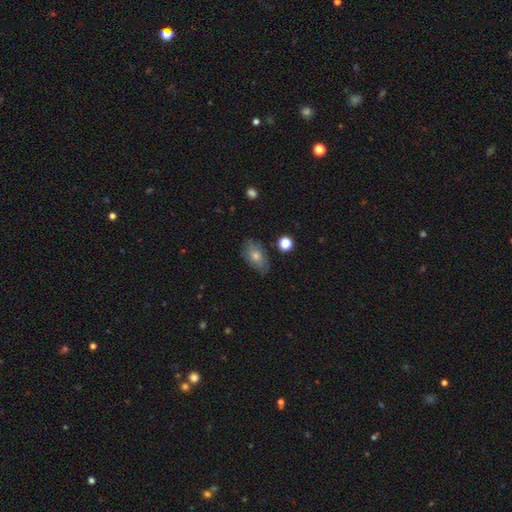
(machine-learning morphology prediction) Q: Smooth or featured?
A: smooth (56%); runner-up: featured or disk (30%)
Q: How rounded?
A: in between (85%); runner-up: round (12%)
Q: Merging?
A: none (79%); runner-up: minor disturbance (16%)